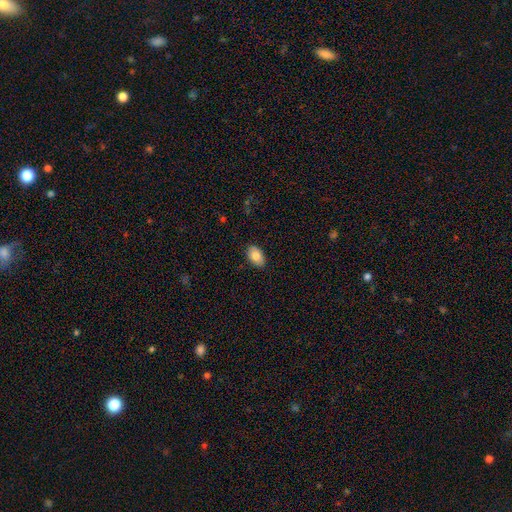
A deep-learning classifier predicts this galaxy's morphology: type=smooth (84%); roundness=in between (92%); merging=none (88%).